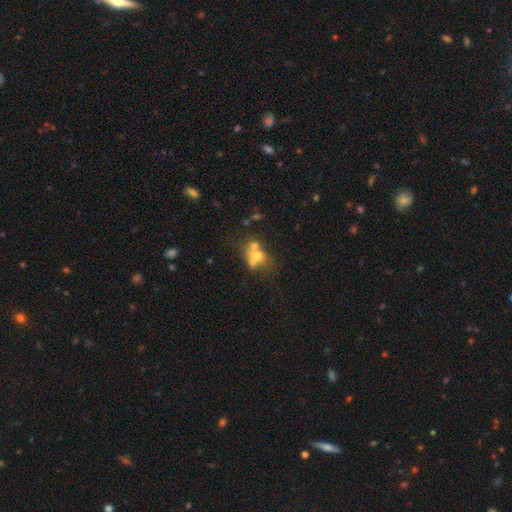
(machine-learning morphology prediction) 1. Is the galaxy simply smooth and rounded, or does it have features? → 60% smooth, 27% featured or disk, 13% star or artifact.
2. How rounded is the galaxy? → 57% round, 41% in between, 2% cigar-shaped.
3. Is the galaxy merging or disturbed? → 54% merger, 28% none, 10% minor disturbance, 8% major disturbance.